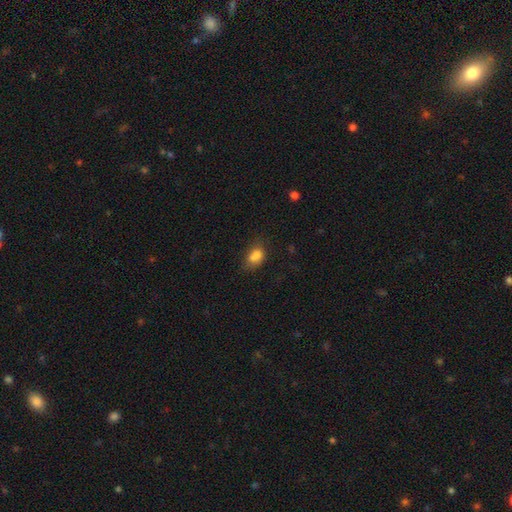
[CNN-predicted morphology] Smooth or featured? Predicted: smooth (p=0.77). How rounded? Predicted: in between (p=0.75). Merging? Predicted: none (p=0.41).